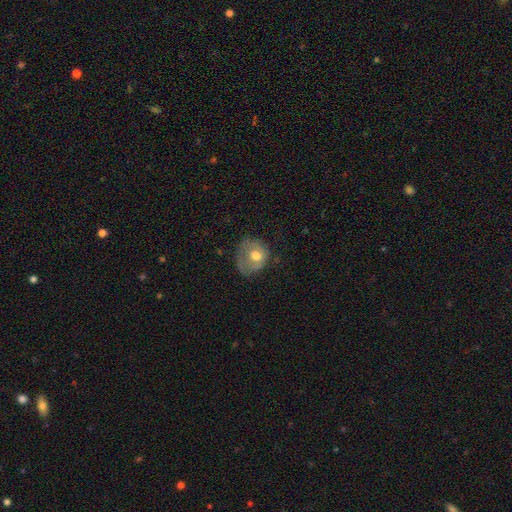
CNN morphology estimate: A smooth galaxy with no disk features (57%) that is round (68%).

Vote fractions:
- Smooth or featured? smooth: 57% / featured or disk: 36% / star or artifact: 8%
- How rounded? round: 68% / in between: 31% / cigar-shaped: 1%
- Merging? none: 44% / minor disturbance: 31% / major disturbance: 23% / merger: 2%